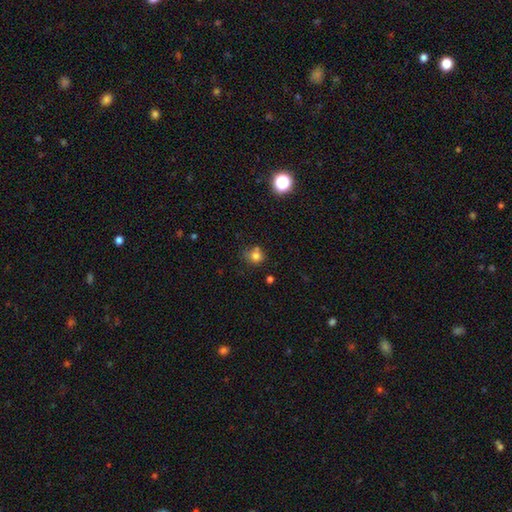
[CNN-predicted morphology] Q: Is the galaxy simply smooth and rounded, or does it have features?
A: smooth — 77%.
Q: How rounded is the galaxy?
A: round — 79%.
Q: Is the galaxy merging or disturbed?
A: none — 55%.